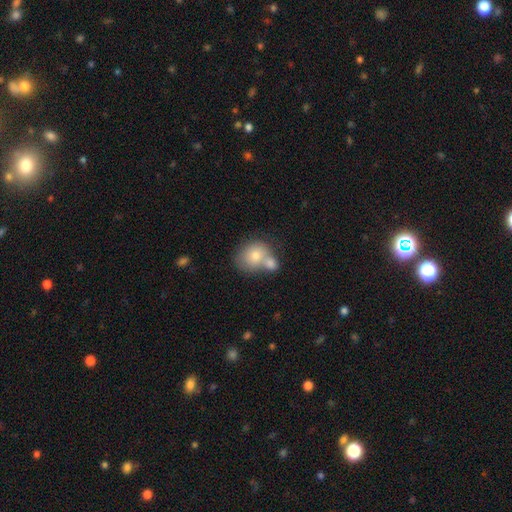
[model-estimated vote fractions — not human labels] The model was most divided on "how rounded": round: 64%, in between: 35%, cigar-shaped: 1%. More confident: smooth or featured — smooth (75%); merging — merger (58%).